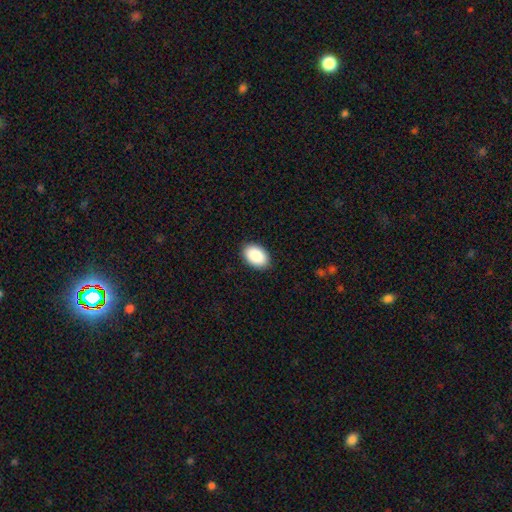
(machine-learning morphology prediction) smooth_or_featured: smooth (p=0.90) [alt: star or artifact p=0.06]
how_rounded: in between (p=0.90) [alt: round p=0.09]
merging: none (p=0.89) [alt: minor disturbance p=0.08]